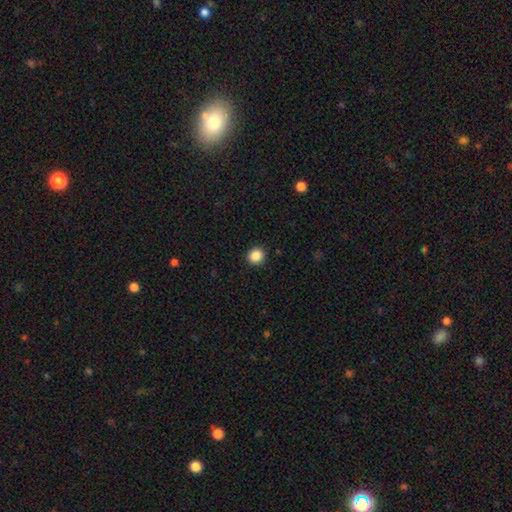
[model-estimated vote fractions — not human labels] Q: Smooth or featured?
A: smooth (87%); runner-up: star or artifact (10%)
Q: How rounded?
A: round (91%); runner-up: in between (8%)
Q: Merging?
A: none (92%); runner-up: minor disturbance (5%)